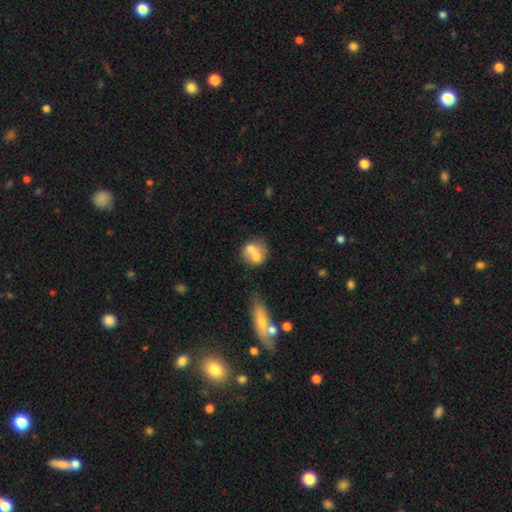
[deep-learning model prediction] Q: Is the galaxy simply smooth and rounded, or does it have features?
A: smooth — 60%.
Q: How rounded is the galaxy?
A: round — 71%.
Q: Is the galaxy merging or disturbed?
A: merger — 57%.